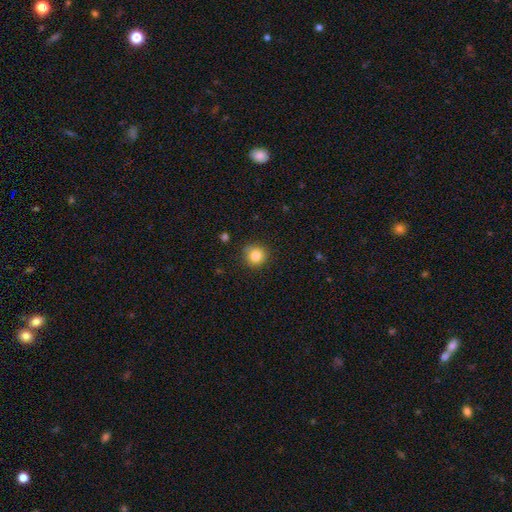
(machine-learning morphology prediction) Overall: smooth (84%). How rounded: round (91%). Merging: none (85%).